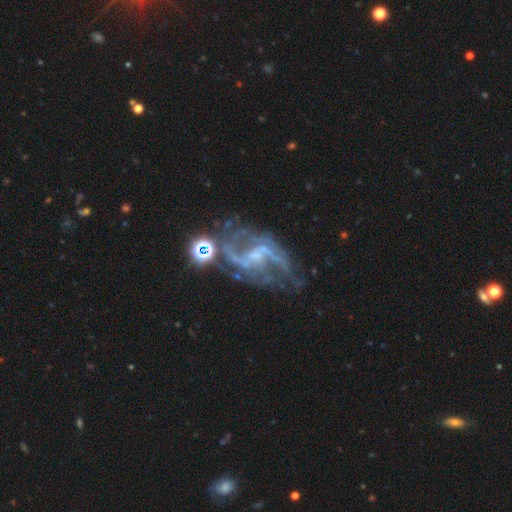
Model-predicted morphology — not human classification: type=featured or disk (84%); edge-on=no (97%); bar=weak (50%); spiral arms=yes (91%); winding=loose (51%); arm count=2 (66%); bulge=small (56%); merging=none (52%).